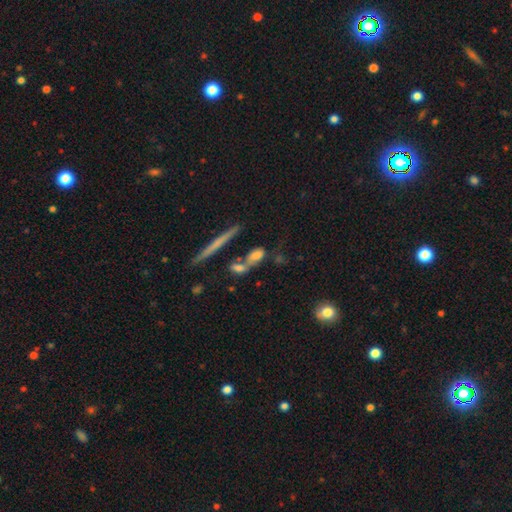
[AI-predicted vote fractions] Overall: smooth (62%; featured or disk 27%). How rounded: in between (62%; cigar-shaped 24%). Merging: merger (37%; none 34%).